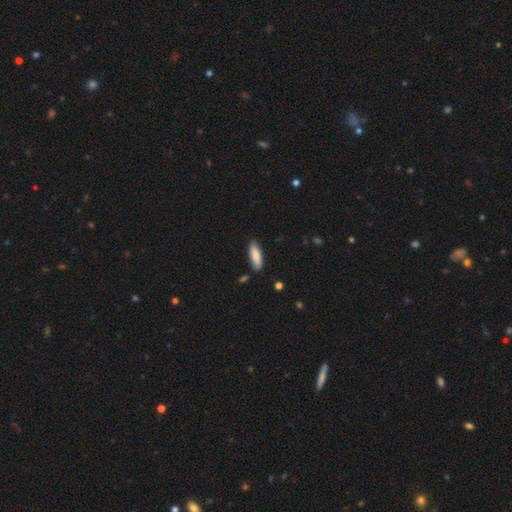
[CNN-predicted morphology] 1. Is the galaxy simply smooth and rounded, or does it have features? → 77% smooth, 17% featured or disk, 6% star or artifact.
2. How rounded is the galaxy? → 50% cigar-shaped, 48% in between, 2% round.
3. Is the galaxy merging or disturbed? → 84% none, 12% minor disturbance, 2% merger, 2% major disturbance.